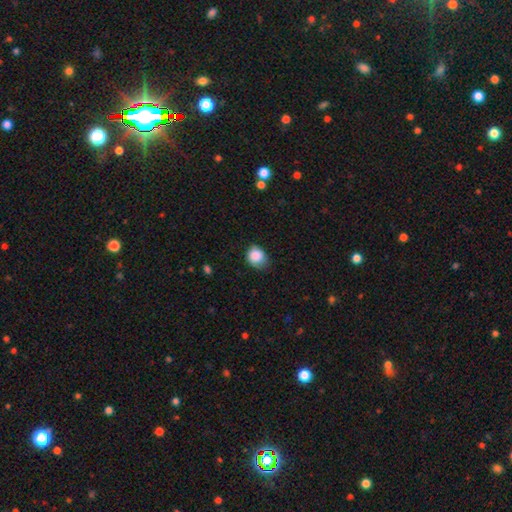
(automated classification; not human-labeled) Smooth or featured? Predicted: smooth (p=0.87). How rounded? Predicted: round (p=0.69). Merging? Predicted: none (p=0.59).